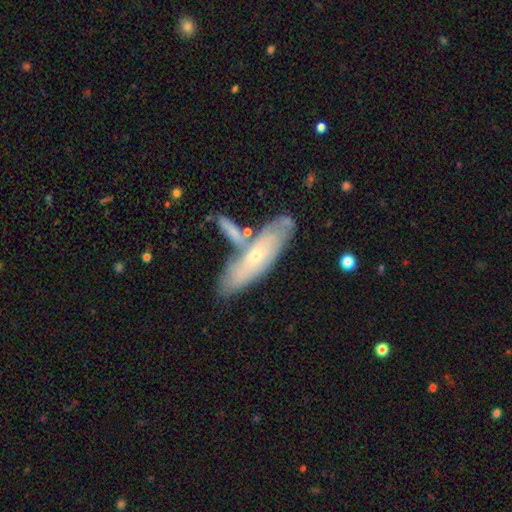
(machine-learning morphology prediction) The model was most divided on "smooth or featured": featured or disk: 57%, smooth: 37%, star or artifact: 6%. More confident: edge-on disk — no (67%); merging — none (56%).